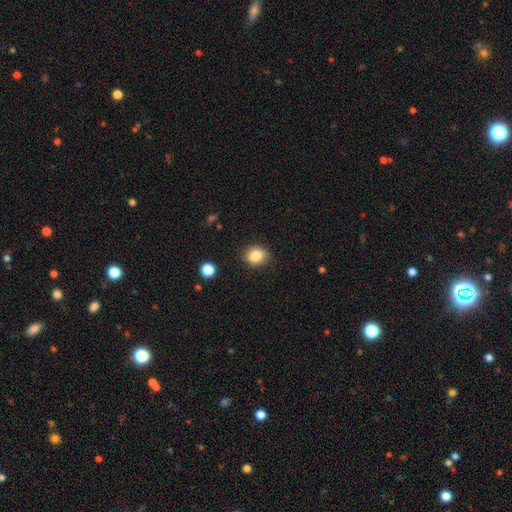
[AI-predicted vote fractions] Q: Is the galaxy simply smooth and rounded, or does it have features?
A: smooth — 85%.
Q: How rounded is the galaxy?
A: round — 64%.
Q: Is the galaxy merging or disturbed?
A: none — 86%.